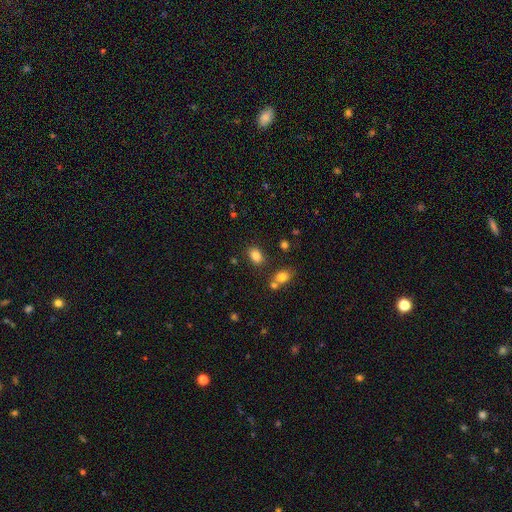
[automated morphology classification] Smooth or featured? Predicted: smooth (p=0.83). How rounded? Predicted: in between (p=0.75). Merging? Predicted: none (p=0.78).